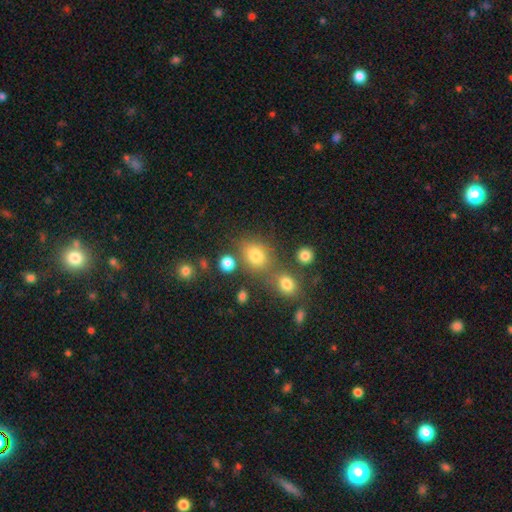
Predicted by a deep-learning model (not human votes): Smooth or featured?
  - smooth: 75% *
  - star or artifact: 16%
  - featured or disk: 9%
How rounded?
  - round: 54% *
  - in between: 45%
  - cigar-shaped: 1%
Merging?
  - none: 63% *
  - merger: 19%
  - minor disturbance: 13%
  - major disturbance: 5%